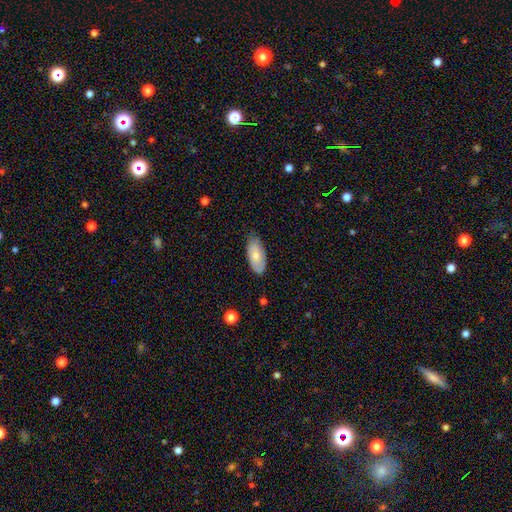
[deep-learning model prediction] A smooth galaxy with no disk features (71%) that is in between round and cigar-shaped (92%).

Vote fractions:
- Smooth or featured? smooth: 71% / featured or disk: 23% / star or artifact: 6%
- How rounded? in between: 92% / cigar-shaped: 6% / round: 2%
- Merging? none: 73% / minor disturbance: 23% / major disturbance: 3% / merger: 1%